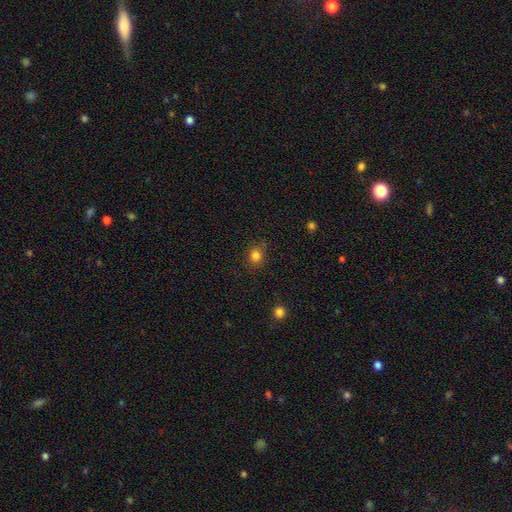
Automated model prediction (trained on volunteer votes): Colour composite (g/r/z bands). It shows a smooth galaxy with no disk features (82%) that is round (84%). Merging: none (83%).